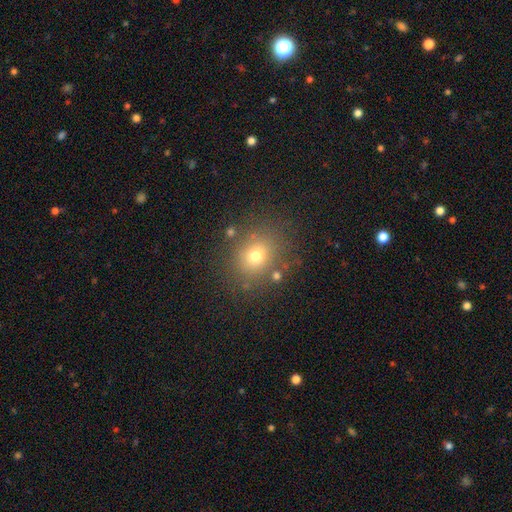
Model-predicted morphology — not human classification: Smooth or featured: smooth — 70% (star or artifact — 18%)
How rounded: round — 69% (in between — 30%)
Merging: none — 80% (minor disturbance — 11%)